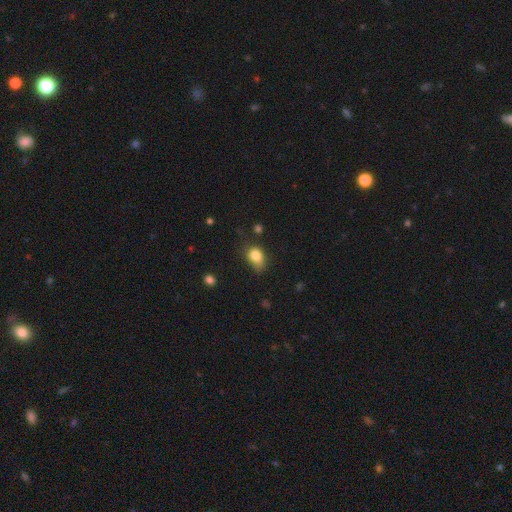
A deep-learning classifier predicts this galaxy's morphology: smooth 82%, star or artifact 10%, featured or disk 8%. Down the decision tree: how rounded — in between (70%); merging — none (48%).